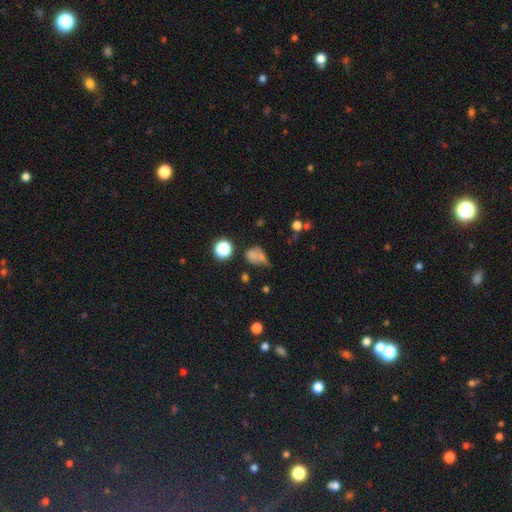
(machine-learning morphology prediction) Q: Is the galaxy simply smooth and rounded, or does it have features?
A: smooth — 65%.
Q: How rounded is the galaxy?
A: in between — 52%.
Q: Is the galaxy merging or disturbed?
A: none — 34%.